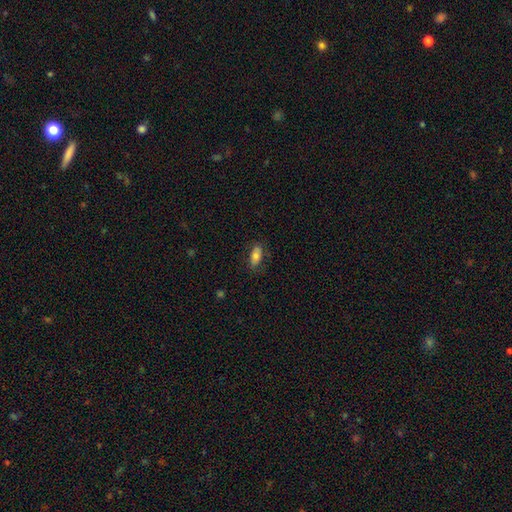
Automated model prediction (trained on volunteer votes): The model was most divided on "smooth or featured": smooth: 77%, featured or disk: 15%, star or artifact: 8%. More confident: how rounded — in between (82%); merging — none (80%).